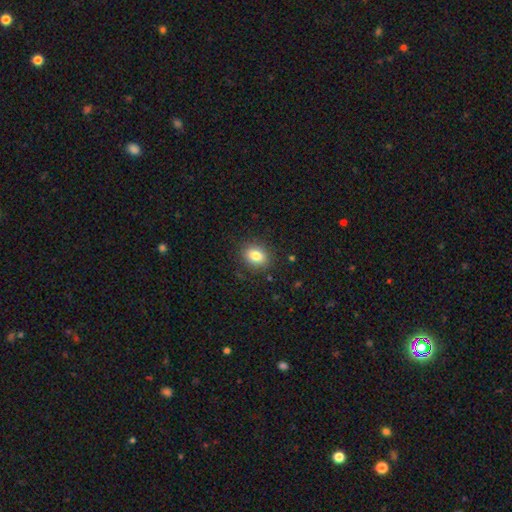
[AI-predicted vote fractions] This appears to be a smooth galaxy with no disk features (83%) that is in between round and cigar-shaped (65%). Merging: none (86%).